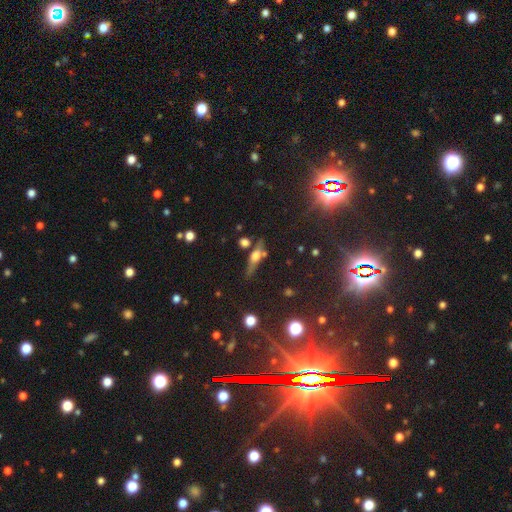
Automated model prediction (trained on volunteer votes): Smooth or featured?
  - featured or disk: 48% *
  - smooth: 38%
  - star or artifact: 13%
Merging?
  - none: 63% *
  - minor disturbance: 18%
  - merger: 10%
  - major disturbance: 8%